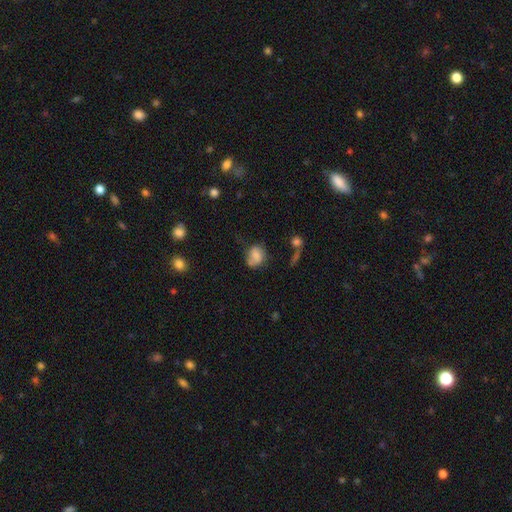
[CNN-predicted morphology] Q: Smooth or featured?
A: smooth (68%); runner-up: featured or disk (22%)
Q: How rounded?
A: in between (55%); runner-up: round (44%)
Q: Merging?
A: none (46%); runner-up: minor disturbance (30%)